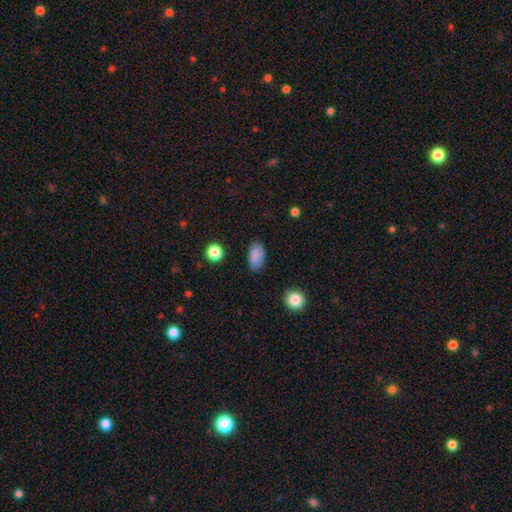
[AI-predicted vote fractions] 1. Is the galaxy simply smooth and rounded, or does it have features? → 86% smooth, 8% star or artifact, 6% featured or disk.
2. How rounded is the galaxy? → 92% in between, 6% round, 2% cigar-shaped.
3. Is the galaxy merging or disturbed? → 81% none, 14% minor disturbance, 3% major disturbance, 2% merger.